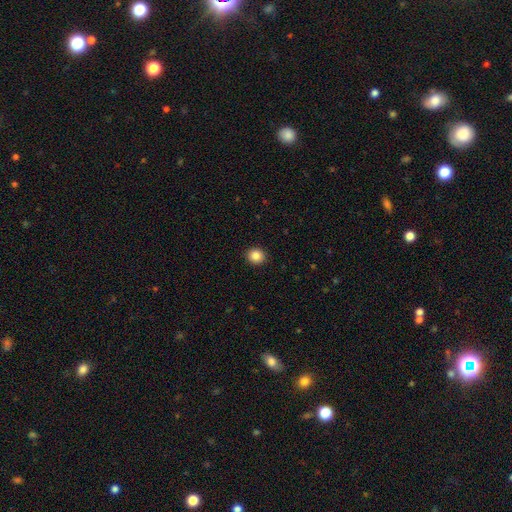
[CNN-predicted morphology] A smooth galaxy with no disk features (86%) that is round (87%).

Vote fractions:
- Smooth or featured? smooth: 86% / star or artifact: 10% / featured or disk: 4%
- How rounded? round: 87% / in between: 12% / cigar-shaped: 1%
- Merging? none: 92% / minor disturbance: 5% / major disturbance: 2% / merger: 1%